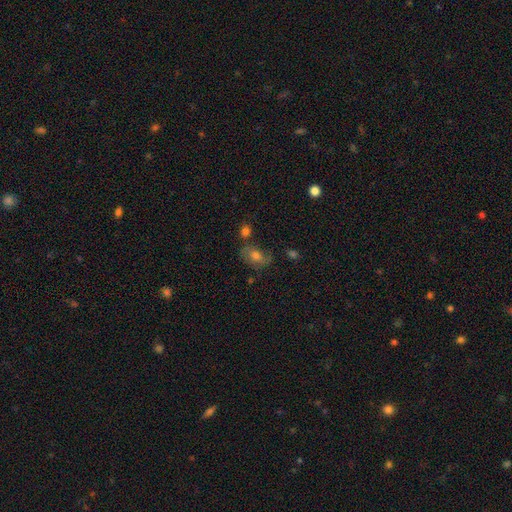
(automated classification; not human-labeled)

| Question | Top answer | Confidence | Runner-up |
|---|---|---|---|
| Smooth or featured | smooth | 53% | featured or disk (32%) |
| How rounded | in between | 76% | round (22%) |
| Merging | none | 63% | minor disturbance (20%) |